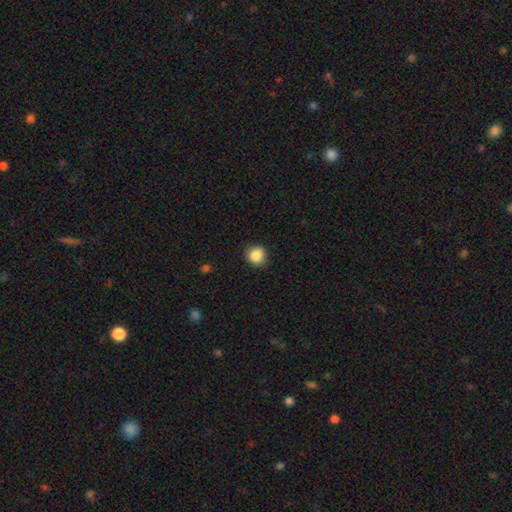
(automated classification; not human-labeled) smooth_or_featured: smooth (p=0.87) [alt: star or artifact p=0.09]
how_rounded: round (p=0.88) [alt: in between p=0.11]
merging: none (p=0.86) [alt: minor disturbance p=0.10]